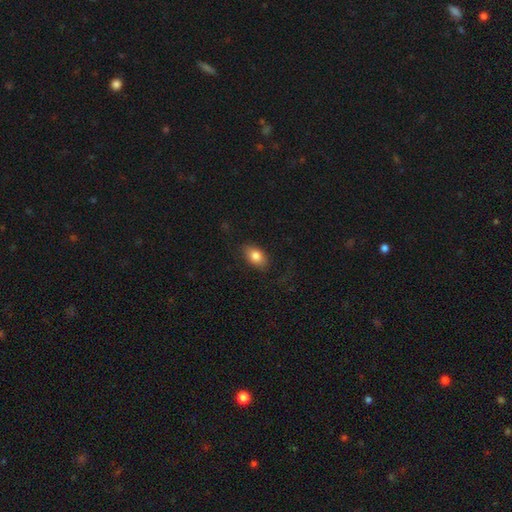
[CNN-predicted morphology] A smooth galaxy with no disk features (82%) that is in between round and cigar-shaped (87%). Merging: none (80%).